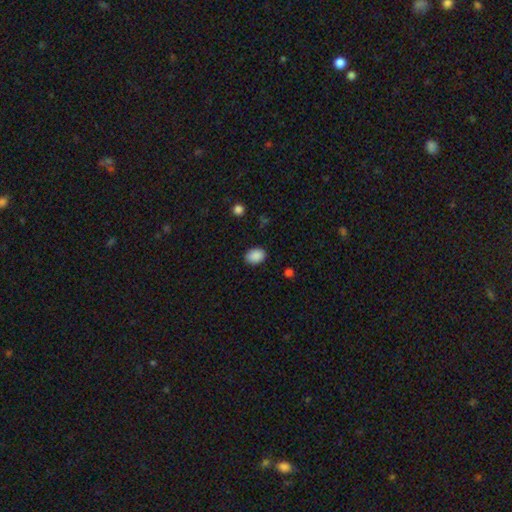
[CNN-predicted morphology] Smooth or featured? smooth (89%)
How rounded? in between (73%)
Merging? none (86%)